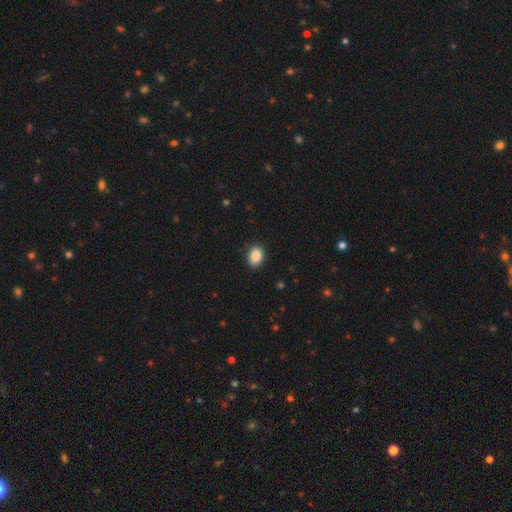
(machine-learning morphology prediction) Smooth or featured: smooth — 87% (star or artifact — 8%)
How rounded: in between — 74% (round — 25%)
Merging: none — 88% (minor disturbance — 9%)